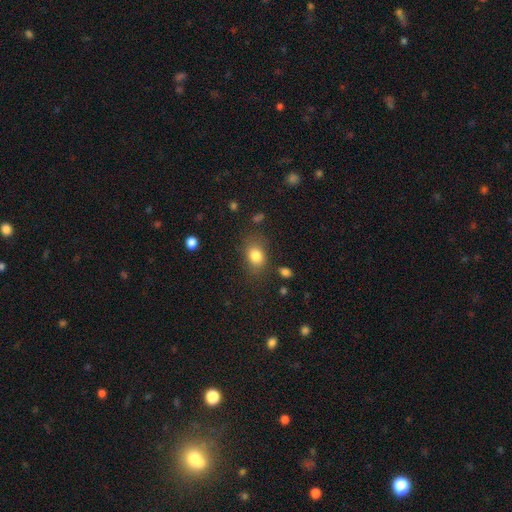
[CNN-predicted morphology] A smooth galaxy with no disk features (81%) that is in between round and cigar-shaped (67%). Merging: none (72%).